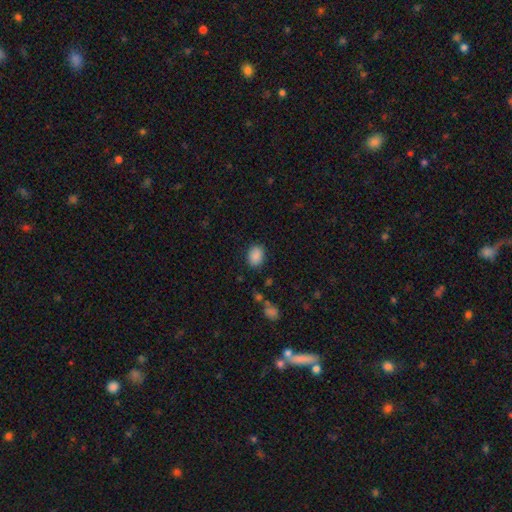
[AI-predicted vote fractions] A smooth galaxy with no disk features (88%) that is in between round and cigar-shaped (69%). Merging: none (85%).